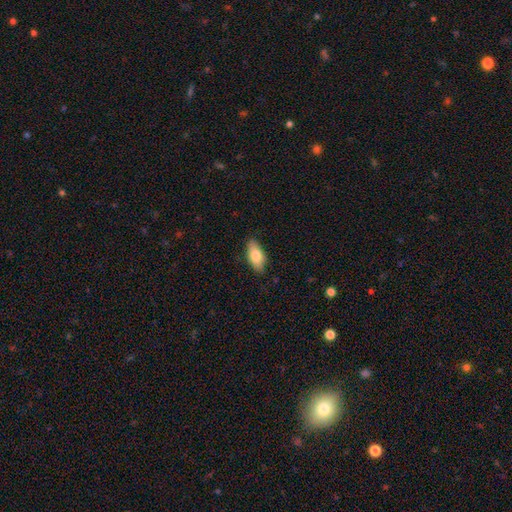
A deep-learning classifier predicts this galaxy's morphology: smooth 77%, featured or disk 17%, star or artifact 6%. Down the decision tree: how rounded — in between (85%); merging — none (86%).